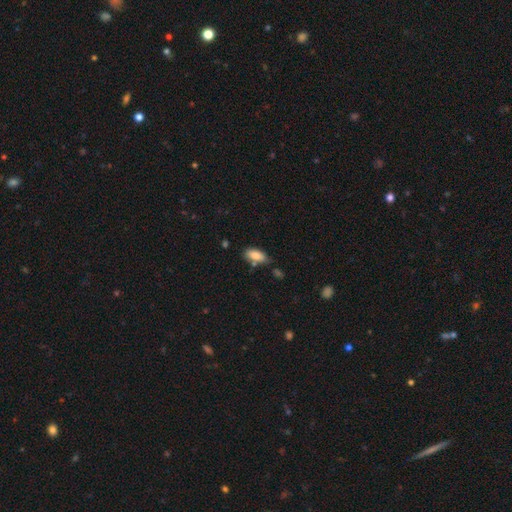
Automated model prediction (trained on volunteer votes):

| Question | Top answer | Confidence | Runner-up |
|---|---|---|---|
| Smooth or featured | smooth | 84% | featured or disk (9%) |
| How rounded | in between | 88% | cigar-shaped (10%) |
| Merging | none | 64% | minor disturbance (23%) |